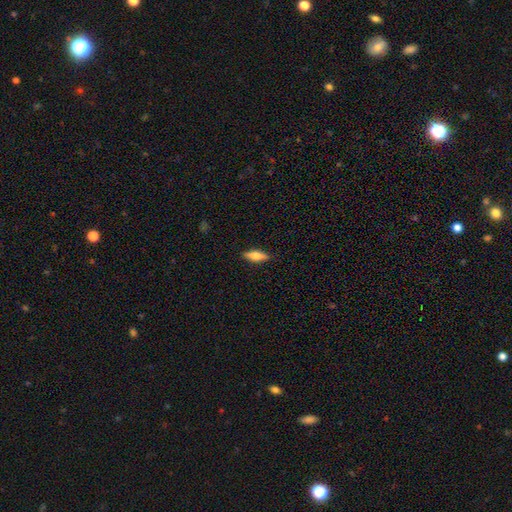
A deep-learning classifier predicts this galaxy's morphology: Smooth or featured? Predicted: smooth (p=0.60). How rounded? Predicted: in between (p=0.55). Merging? Predicted: none (p=0.89).